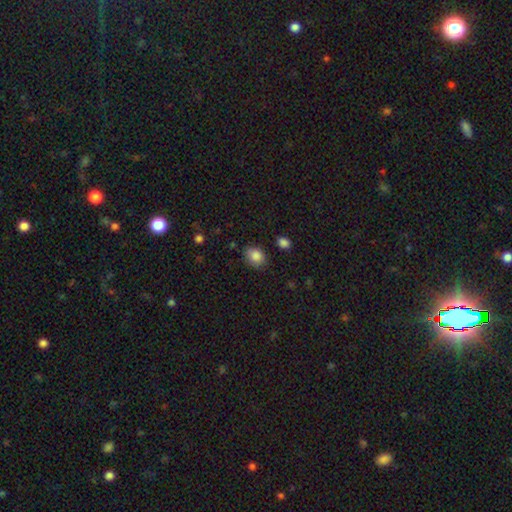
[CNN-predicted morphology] Smooth or featured? Predicted: smooth (p=0.86). How rounded? Predicted: in between (p=0.57). Merging? Predicted: none (p=0.77).